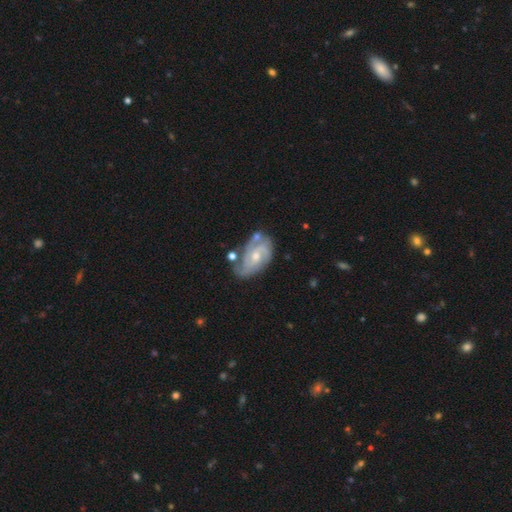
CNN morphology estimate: This appears to be a featured or disk galaxy (83%) with no bar (57%), 2 (41%) tight (48%) spiral arms (95%) and a moderate central bulge (50%). Merging: none (59%).